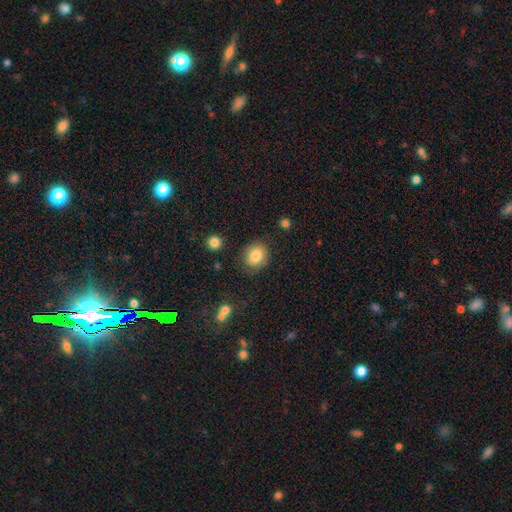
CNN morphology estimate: Smooth or featured?
  - smooth: 81% *
  - featured or disk: 10%
  - star or artifact: 8%
How rounded?
  - round: 63% *
  - in between: 36%
  - cigar-shaped: 1%
Merging?
  - none: 79% *
  - minor disturbance: 14%
  - major disturbance: 5%
  - merger: 2%